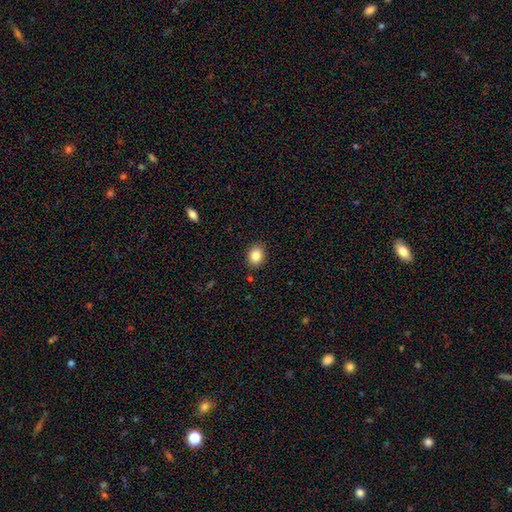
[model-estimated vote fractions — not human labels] Morphology: type=smooth (83%); roundness=round (53%); merging=none (89%).